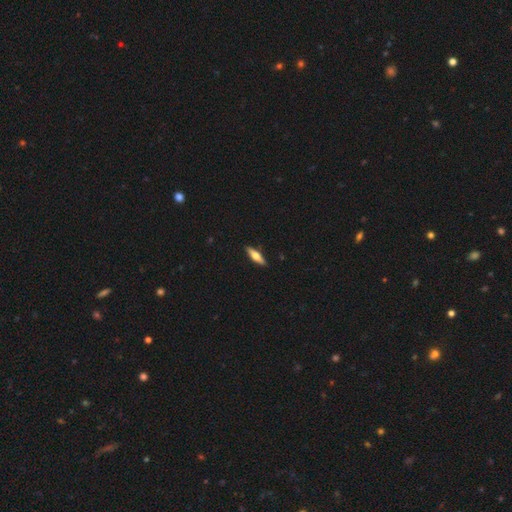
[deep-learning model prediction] Q: Smooth or featured?
A: featured or disk (51%); runner-up: smooth (43%)
Q: Edge-on disk?
A: yes (94%); runner-up: no (6%)
Q: Merging?
A: none (90%); runner-up: minor disturbance (7%)